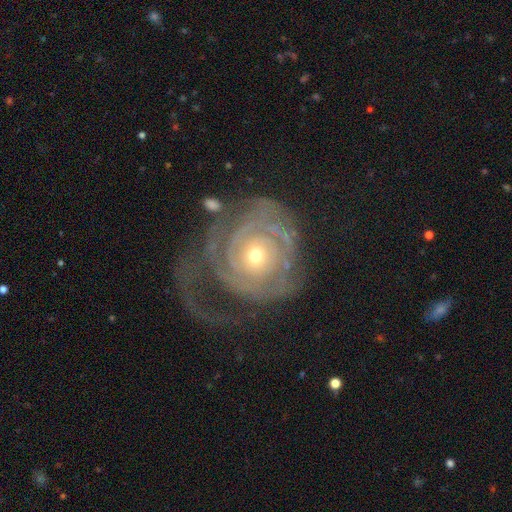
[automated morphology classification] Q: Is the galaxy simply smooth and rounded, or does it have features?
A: featured or disk — 85%.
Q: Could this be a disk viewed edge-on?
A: no — 97%.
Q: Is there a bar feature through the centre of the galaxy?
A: no — 78%.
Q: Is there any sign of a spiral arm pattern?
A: yes — 92%.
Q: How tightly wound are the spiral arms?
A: tight — 74%.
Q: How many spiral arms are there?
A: can't tell — 31%.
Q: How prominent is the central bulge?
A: small — 55%.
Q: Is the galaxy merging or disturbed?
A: none — 48%.